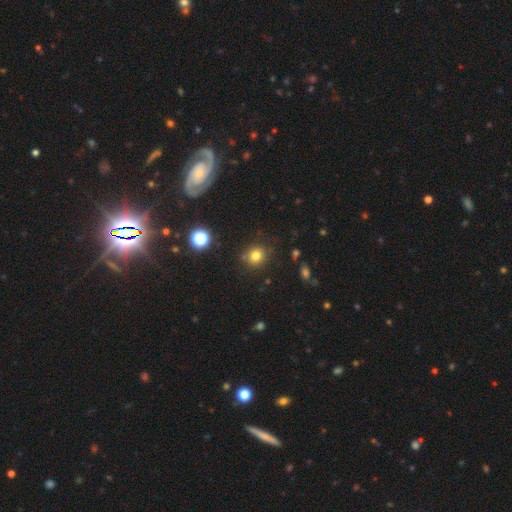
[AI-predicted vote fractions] A smooth galaxy with no disk features (79%) that is round (85%).

Vote fractions:
- Smooth or featured? smooth: 79% / star or artifact: 15% / featured or disk: 7%
- How rounded? round: 85% / in between: 14% / cigar-shaped: 1%
- Merging? none: 81% / minor disturbance: 10% / merger: 5% / major disturbance: 3%